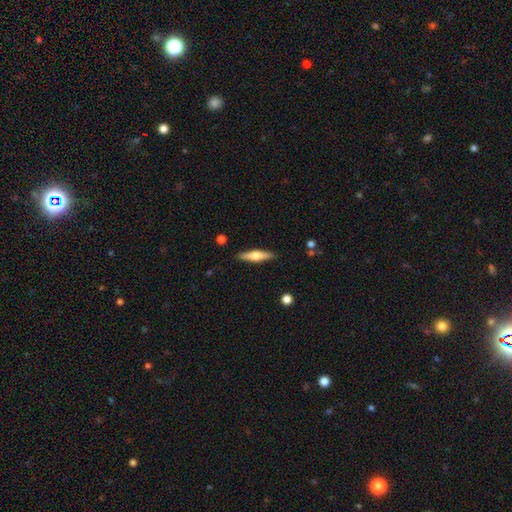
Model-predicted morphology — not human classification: Overall: featured or disk (51%; smooth 43%). Edge-on disk: yes (95%). Merging: none (89%).